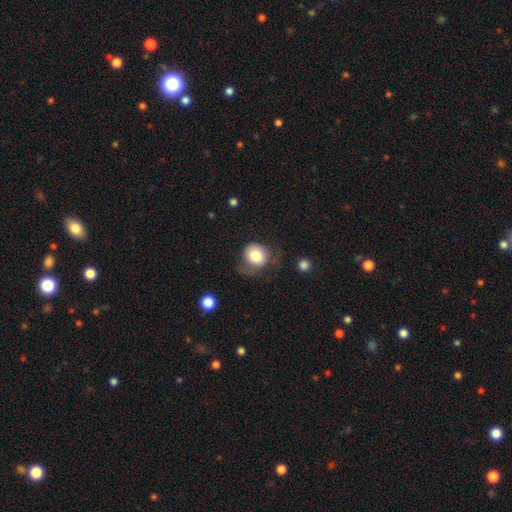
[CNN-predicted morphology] smooth_or_featured: smooth (p=0.78) [alt: featured or disk p=0.13]
how_rounded: round (p=0.77) [alt: in between p=0.22]
merging: none (p=0.49) [alt: minor disturbance p=0.27]